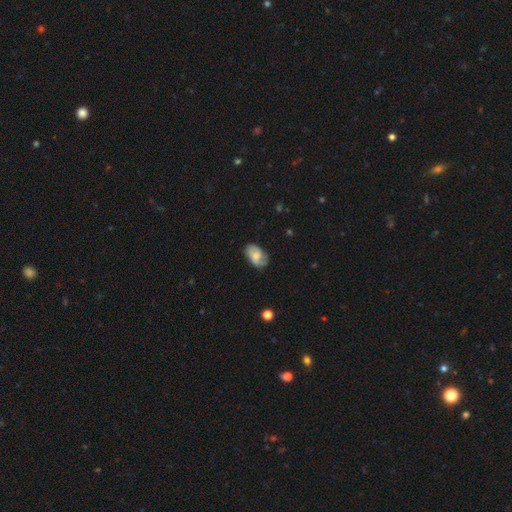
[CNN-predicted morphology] This is possibly a smooth galaxy (55%). How rounded: clearly in between (89%). Merging: likely none (65%).